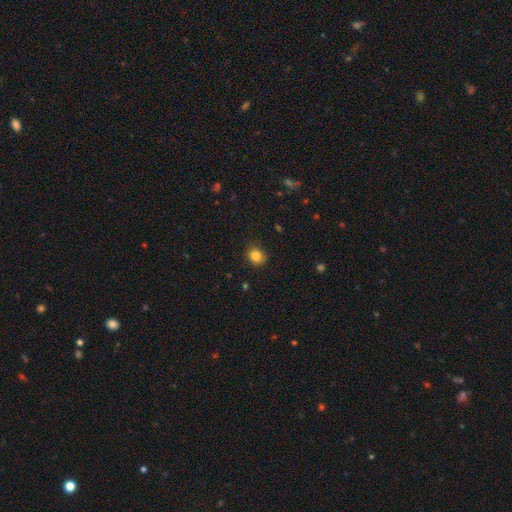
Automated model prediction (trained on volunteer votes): Overall: smooth (84%). How rounded: round (73%). Merging: none (84%).